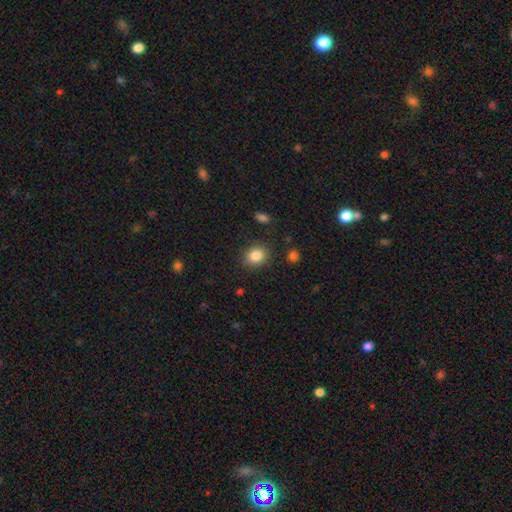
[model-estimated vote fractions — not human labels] A smooth galaxy with no disk features (85%) that is round (61%). Merging: none (86%).